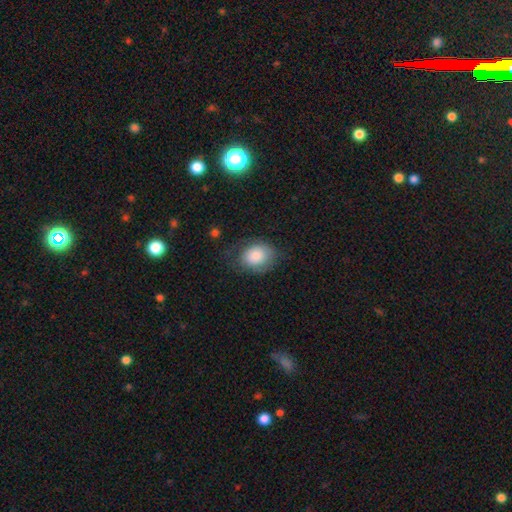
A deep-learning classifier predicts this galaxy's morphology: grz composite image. It shows a smooth galaxy with no disk features (82%) that is in between round and cigar-shaped (60%). Merging: none (64%).